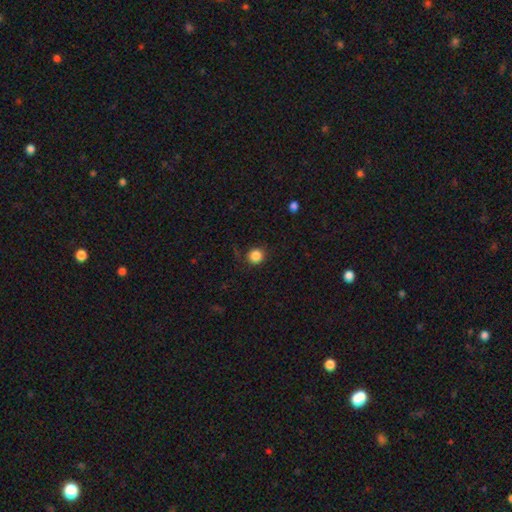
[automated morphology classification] type=smooth (86%); roundness=round (91%); merging=none (86%).